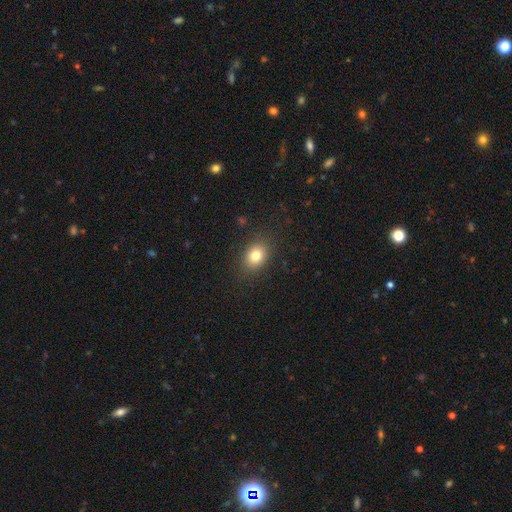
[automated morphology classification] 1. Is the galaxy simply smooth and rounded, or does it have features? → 81% smooth, 10% star or artifact, 8% featured or disk.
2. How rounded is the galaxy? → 63% in between, 36% round, 1% cigar-shaped.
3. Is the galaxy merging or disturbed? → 85% none, 10% minor disturbance, 4% major disturbance, 1% merger.